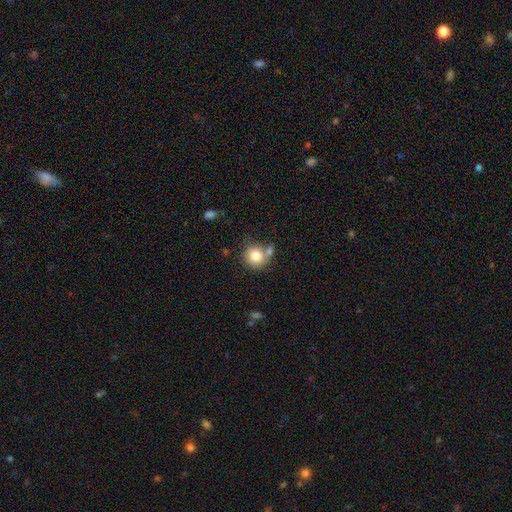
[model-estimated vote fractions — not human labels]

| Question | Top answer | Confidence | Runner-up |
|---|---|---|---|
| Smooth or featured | smooth | 81% | featured or disk (10%) |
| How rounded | round | 88% | in between (11%) |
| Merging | none | 57% | merger (25%) |